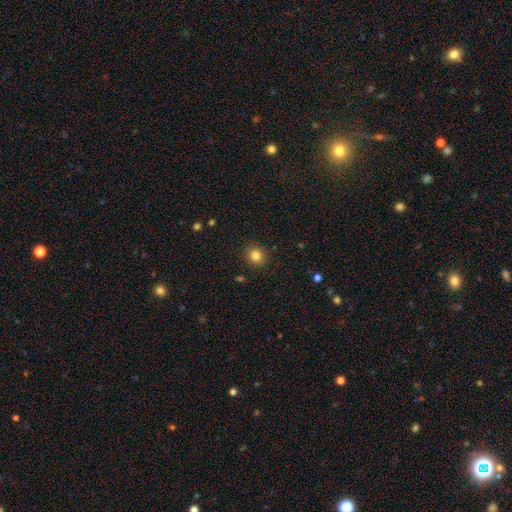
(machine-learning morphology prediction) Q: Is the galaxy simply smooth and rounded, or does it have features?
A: smooth — 83%.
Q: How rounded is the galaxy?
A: round — 82%.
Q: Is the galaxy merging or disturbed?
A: none — 90%.